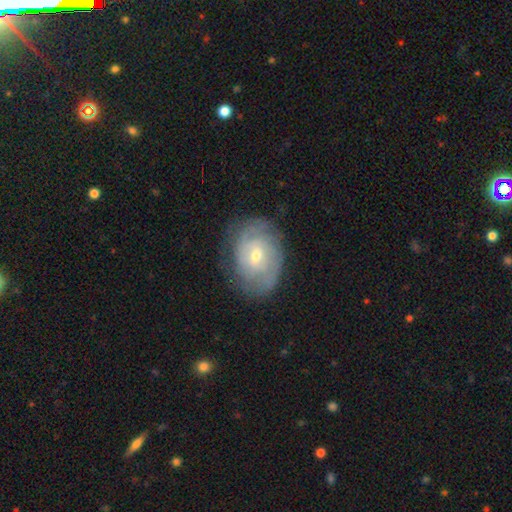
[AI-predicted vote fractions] This is likely a featured or disk galaxy (73%). It is clearly not viewed edge-on (96%). Bar: possibly no (54%). Spiral arm pattern: clearly yes (86%). Spiral arm count: marginally can't tell (44%). Spiral winding: likely tight (64%). Central bulge: possibly small (56%). Merging: likely none (75%).